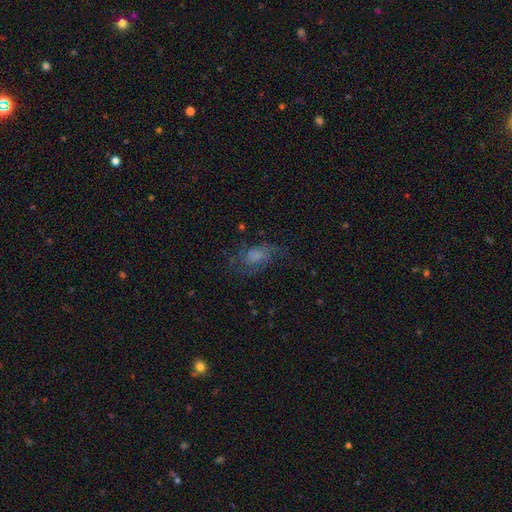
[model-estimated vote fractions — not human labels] A featured or disk galaxy (49%).

Vote fractions:
- Smooth or featured? featured or disk: 49% / smooth: 39% / star or artifact: 12%
- Merging? none: 54% / minor disturbance: 22% / major disturbance: 22% / merger: 2%